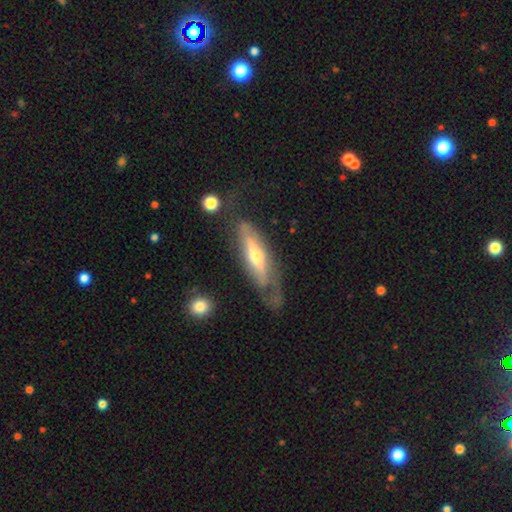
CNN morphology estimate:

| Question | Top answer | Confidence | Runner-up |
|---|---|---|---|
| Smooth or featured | featured or disk | 67% | smooth (28%) |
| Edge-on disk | yes | 50% | tied: no (50%) |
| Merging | none | 48% | minor disturbance (26%) |